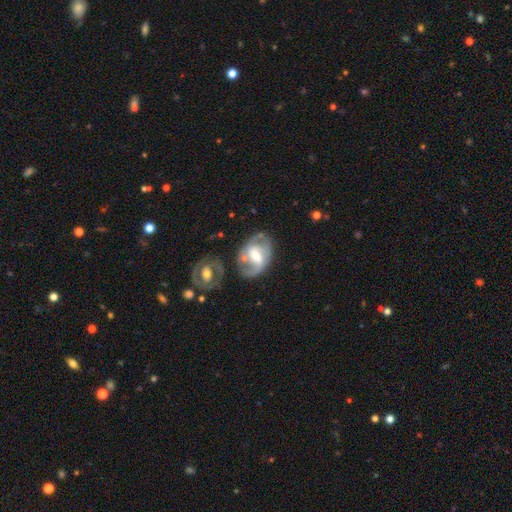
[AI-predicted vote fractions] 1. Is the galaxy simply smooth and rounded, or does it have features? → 74% featured or disk, 20% smooth, 6% star or artifact.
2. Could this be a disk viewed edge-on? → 96% no, 4% yes.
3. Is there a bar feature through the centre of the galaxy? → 48% weak, 30% strong, 23% no.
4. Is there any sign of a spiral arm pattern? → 83% yes, 17% no.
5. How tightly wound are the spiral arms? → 46% medium, 30% loose, 24% tight.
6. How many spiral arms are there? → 70% 2, 15% can't tell, 6% 1, 5% 3, 1% 4, 1% more than 4.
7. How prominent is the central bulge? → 59% moderate, 32% small, 6% large, 2% none, 1% dominant.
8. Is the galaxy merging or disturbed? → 53% none, 21% minor disturbance, 15% merger, 11% major disturbance.